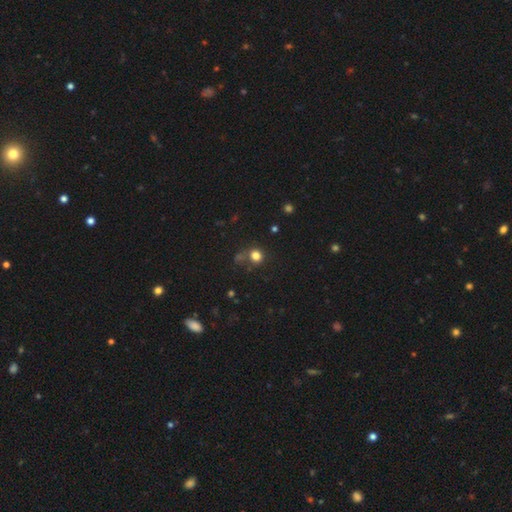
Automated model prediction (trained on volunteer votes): Q: Smooth or featured?
A: smooth (77%); runner-up: star or artifact (17%)
Q: How rounded?
A: round (87%); runner-up: in between (12%)
Q: Merging?
A: none (72%); runner-up: minor disturbance (13%)